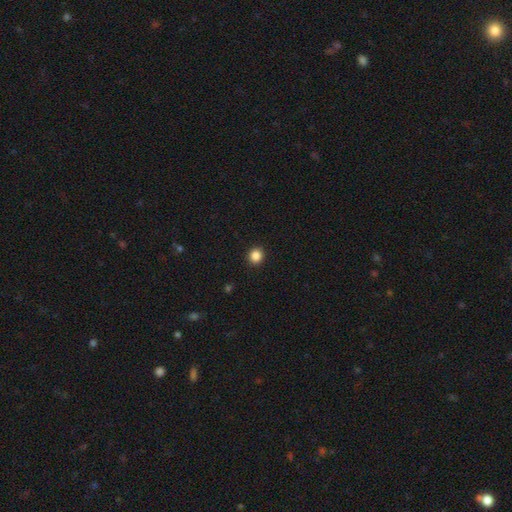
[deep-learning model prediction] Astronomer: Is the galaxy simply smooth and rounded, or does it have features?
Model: smooth — 86%.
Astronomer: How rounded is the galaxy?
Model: round — 89%.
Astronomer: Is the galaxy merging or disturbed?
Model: none — 93%.